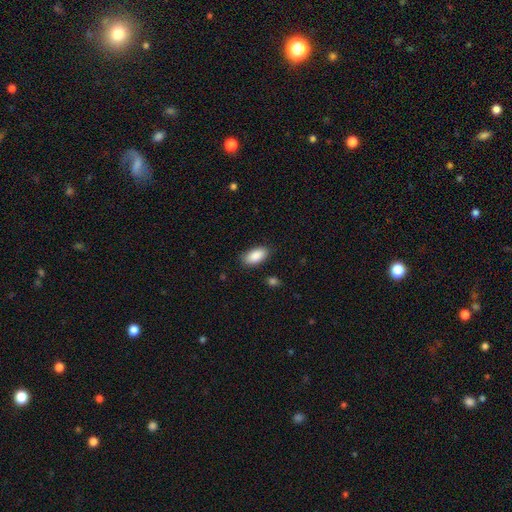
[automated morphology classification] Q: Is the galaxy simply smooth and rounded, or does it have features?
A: smooth — 90%.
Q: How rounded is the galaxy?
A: in between — 93%.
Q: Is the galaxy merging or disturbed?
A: none — 85%.